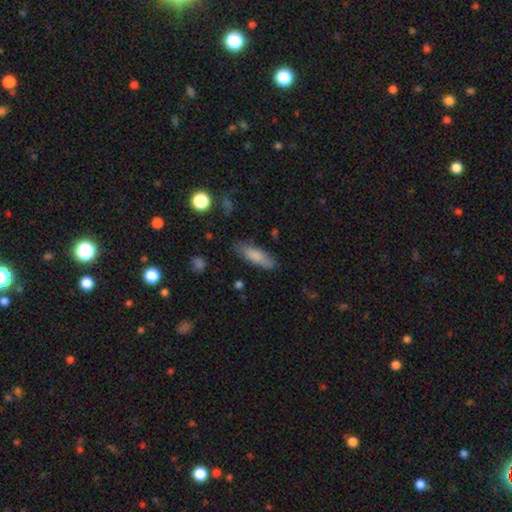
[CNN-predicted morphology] smooth_or_featured: smooth (p=0.82) [alt: featured or disk p=0.11]
how_rounded: cigar-shaped (p=0.50) [alt: in between p=0.48]
merging: none (p=0.77) [alt: minor disturbance p=0.17]